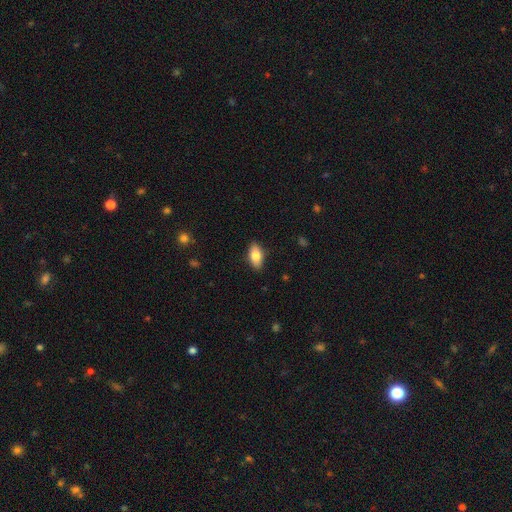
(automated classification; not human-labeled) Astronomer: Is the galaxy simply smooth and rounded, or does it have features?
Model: smooth — 80%.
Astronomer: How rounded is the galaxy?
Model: in between — 90%.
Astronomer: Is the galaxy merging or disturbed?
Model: none — 88%.